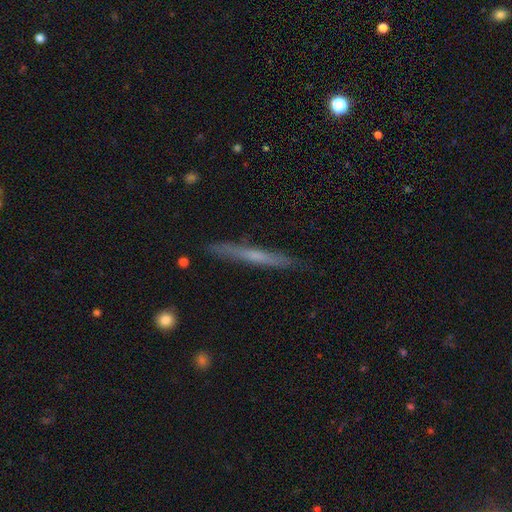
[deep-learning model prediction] featured or disk 54%, smooth 39%, star or artifact 6%. Down the decision tree: edge-on disk — yes (96%); edge-on bulge — none (63%); merging — none (88%).